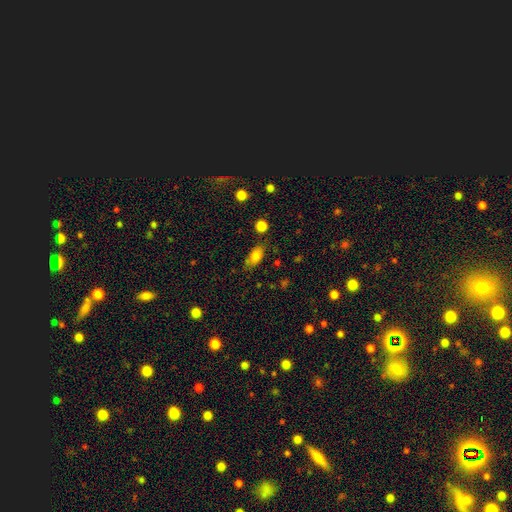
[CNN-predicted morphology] smooth_or_featured: smooth (p=0.80) [alt: featured or disk p=0.10]
how_rounded: in between (p=0.86) [alt: cigar-shaped p=0.08]
merging: none (p=0.68) [alt: minor disturbance p=0.21]